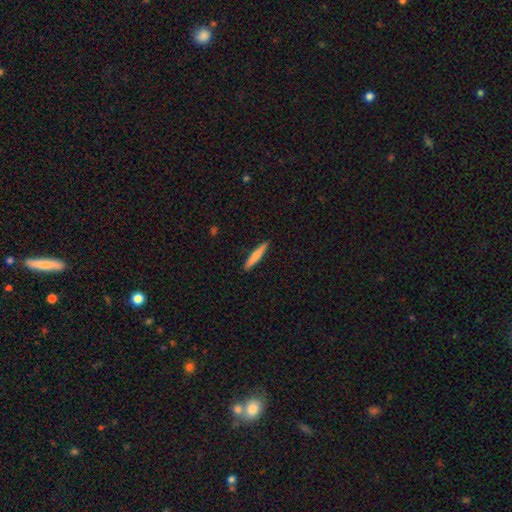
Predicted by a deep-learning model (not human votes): The model was most divided on "smooth or featured": smooth: 68%, featured or disk: 27%, star or artifact: 5%. More confident: how rounded — cigar-shaped (93%); merging — none (91%).